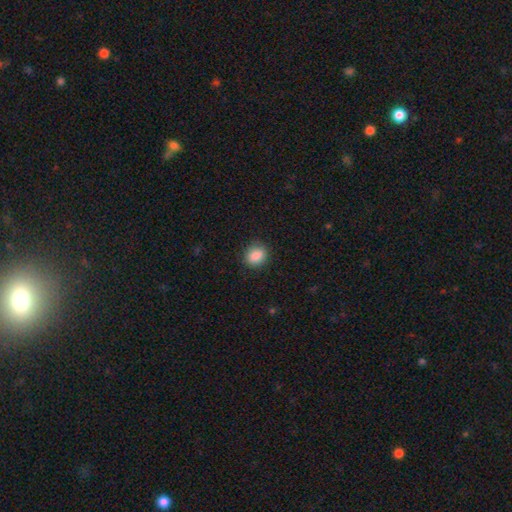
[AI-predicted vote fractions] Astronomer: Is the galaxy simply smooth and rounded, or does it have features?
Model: smooth — 88%.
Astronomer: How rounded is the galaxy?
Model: round — 64%.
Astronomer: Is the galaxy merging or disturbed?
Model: none — 86%.